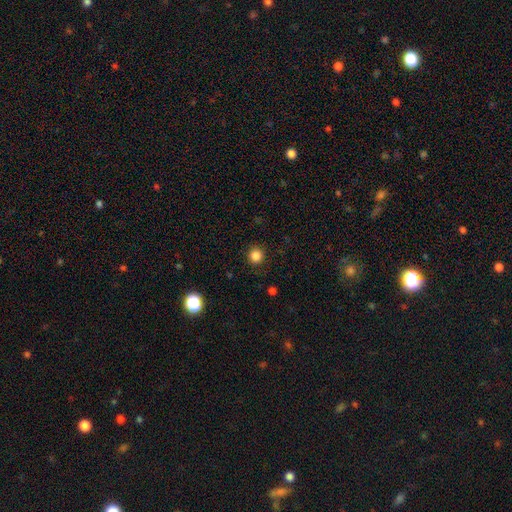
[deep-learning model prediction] This is clearly a smooth galaxy (84%). How rounded: clearly round (95%). Merging: clearly none (91%).